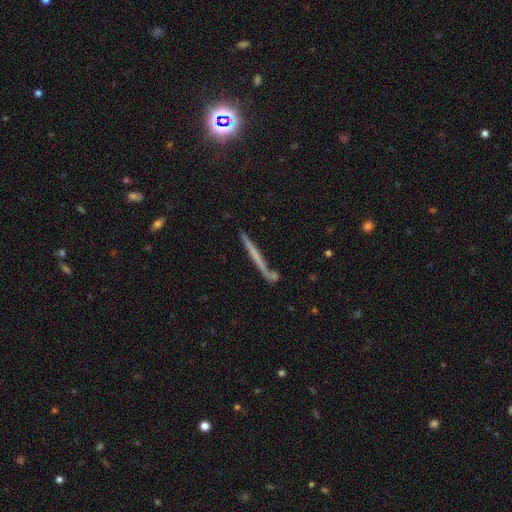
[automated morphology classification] This appears to be a featured or disk galaxy (50%) viewed edge-on (95%). Merging: none (76%).